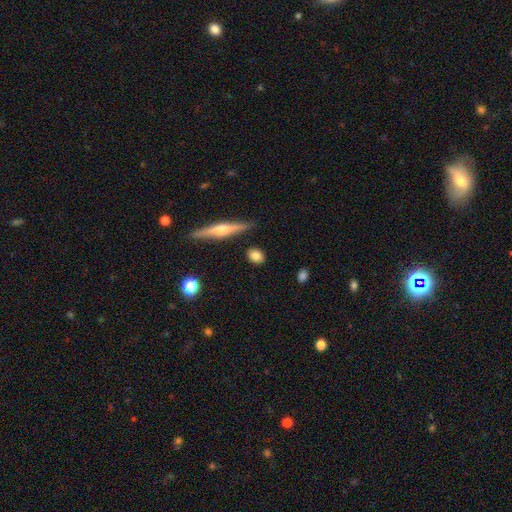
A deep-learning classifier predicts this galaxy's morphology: smooth 79%, featured or disk 13%, star or artifact 7%. Down the decision tree: how rounded — in between (52%); merging — none (86%).